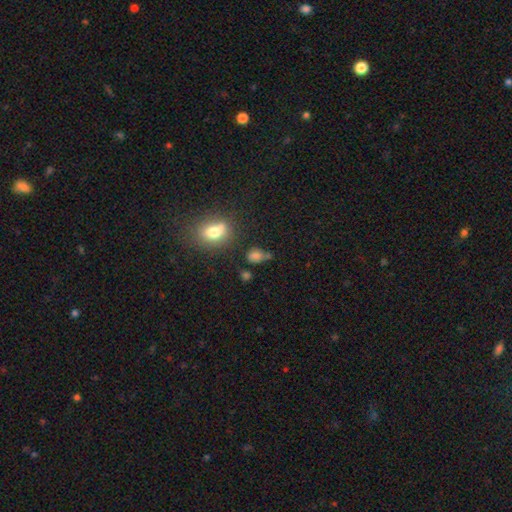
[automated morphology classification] smooth-or-featured: smooth: 73% | star or artifact: 18% | featured or disk: 10%
  how-rounded: in between: 52% | round: 46% | cigar-shaped: 2%
  merging: none: 53% | minor disturbance: 22% | merger: 16% | major disturbance: 9%